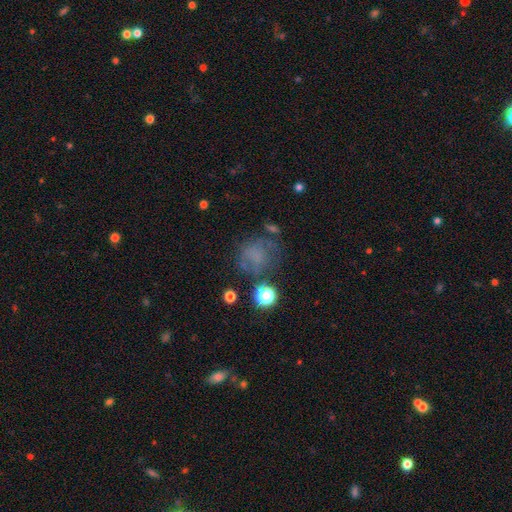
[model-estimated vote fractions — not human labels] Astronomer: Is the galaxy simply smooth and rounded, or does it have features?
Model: smooth — 51%.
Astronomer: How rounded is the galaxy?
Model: round — 73%.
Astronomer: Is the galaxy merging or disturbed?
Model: none — 50%.